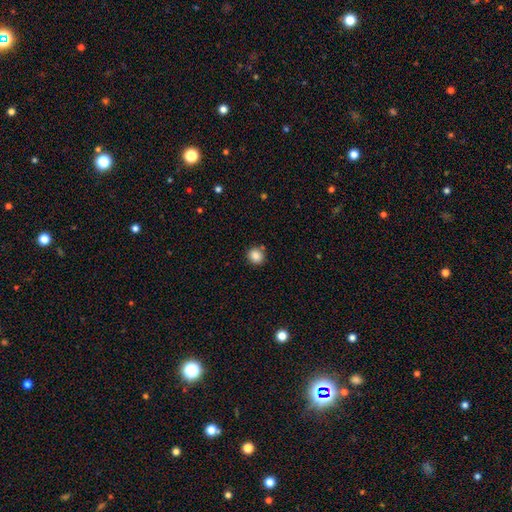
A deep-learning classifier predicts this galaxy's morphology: This is clearly a smooth galaxy (86%). How rounded: clearly round (84%). Merging: clearly none (82%).